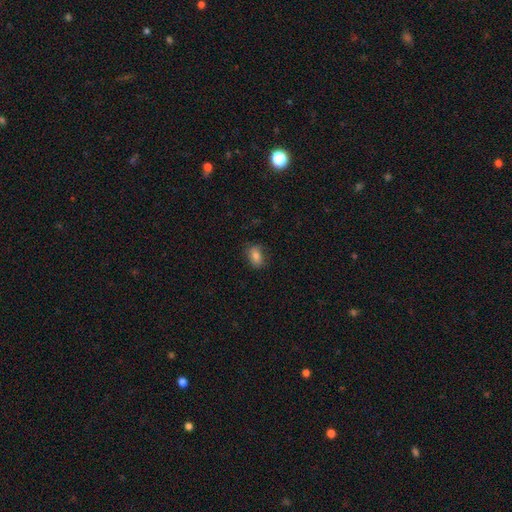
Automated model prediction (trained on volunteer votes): A smooth galaxy with no disk features (81%) that is in between round and cigar-shaped (82%). Merging: none (79%).